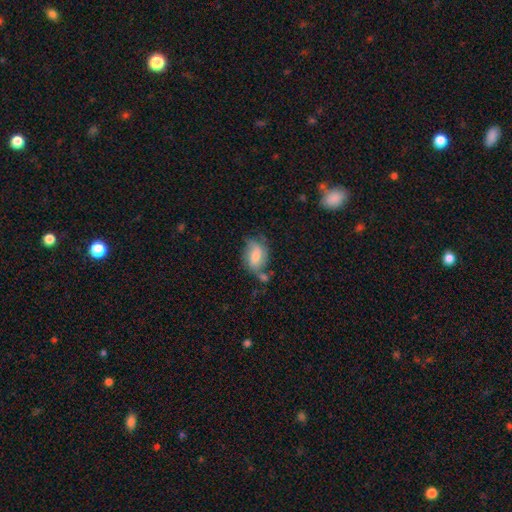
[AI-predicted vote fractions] Smooth or featured? smooth (60%)
How rounded? in between (83%)
Merging? none (43%)